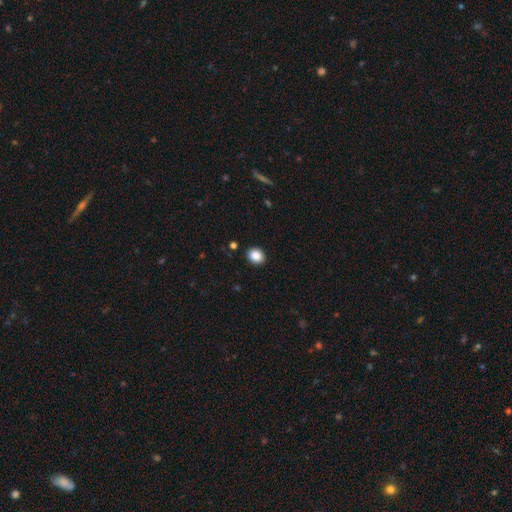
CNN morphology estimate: Q: Smooth or featured?
A: smooth (87%); runner-up: star or artifact (9%)
Q: How rounded?
A: round (54%); runner-up: in between (45%)
Q: Merging?
A: none (90%); runner-up: minor disturbance (7%)